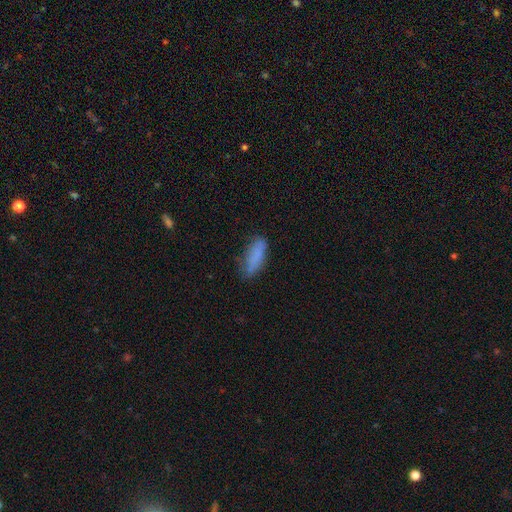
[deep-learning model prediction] A smooth galaxy with no disk features (82%) that is in between round and cigar-shaped (60%). Merging: none (68%).